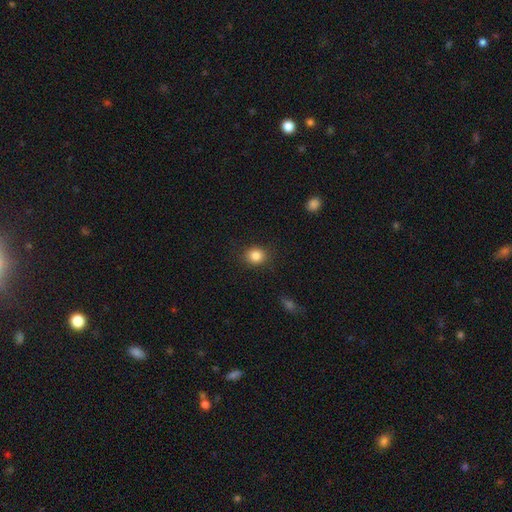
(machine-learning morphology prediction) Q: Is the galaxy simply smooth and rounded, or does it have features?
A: smooth — 85%.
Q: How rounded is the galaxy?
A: round — 76%.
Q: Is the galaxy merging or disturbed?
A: none — 87%.